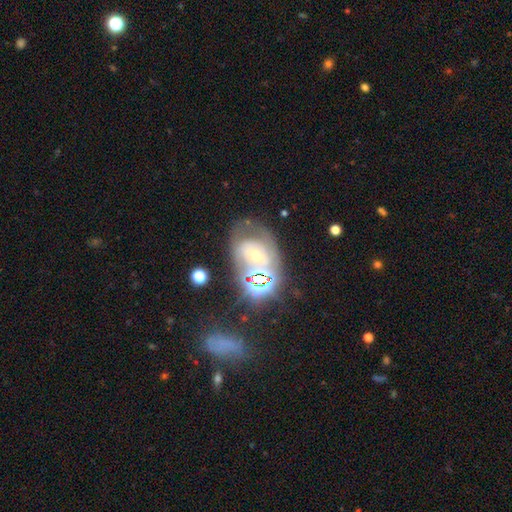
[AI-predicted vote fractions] featured or disk 55%, star or artifact 25%, smooth 20%. Down the decision tree: edge-on disk — no (95%); bar — no (55%); spiral arms — yes (63%); bulge size — small (50%); merging — none (48%).